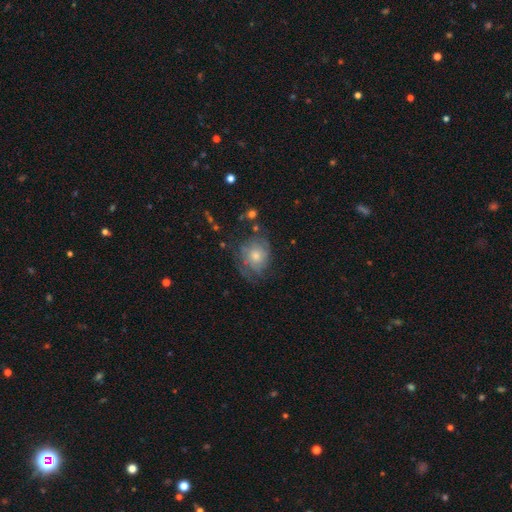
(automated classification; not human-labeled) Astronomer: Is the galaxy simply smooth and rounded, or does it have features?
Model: featured or disk — 46% (runner-up: smooth, 45%).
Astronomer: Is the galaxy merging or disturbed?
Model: none — 54%.